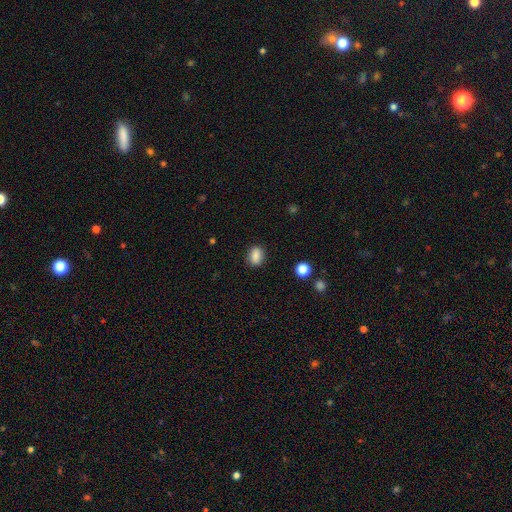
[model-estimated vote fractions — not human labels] smooth-or-featured: smooth: 87% | star or artifact: 9% | featured or disk: 4%
  how-rounded: in between: 71% | round: 27% | cigar-shaped: 2%
  merging: none: 86% | minor disturbance: 10% | major disturbance: 3% | merger: 1%